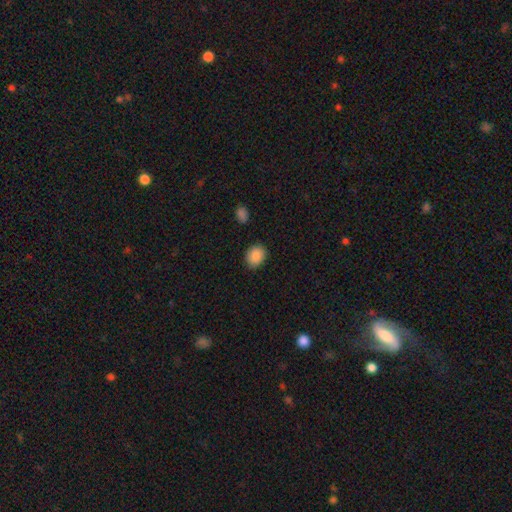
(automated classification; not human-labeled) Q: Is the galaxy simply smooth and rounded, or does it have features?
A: smooth — 89%.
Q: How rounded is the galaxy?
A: in between — 53%.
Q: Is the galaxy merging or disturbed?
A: none — 86%.